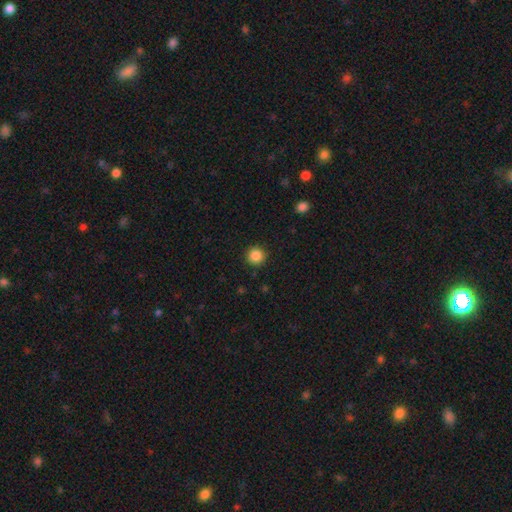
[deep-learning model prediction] smooth-or-featured: smooth: 86% | star or artifact: 10% | featured or disk: 3%
  how-rounded: round: 95% | in between: 4% | cigar-shaped: 1%
  merging: none: 92% | minor disturbance: 5% | major disturbance: 2% | merger: 1%